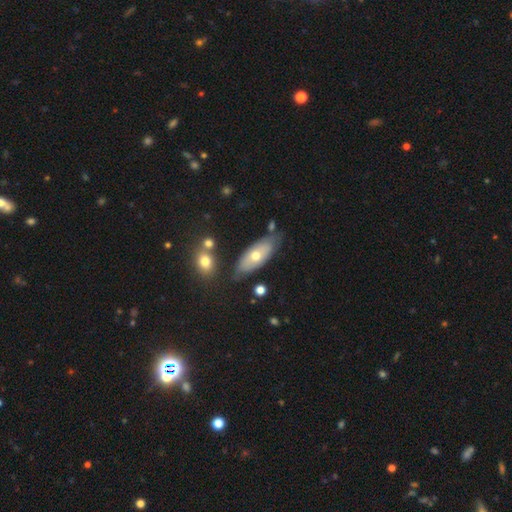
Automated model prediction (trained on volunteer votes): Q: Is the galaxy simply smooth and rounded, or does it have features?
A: smooth — 55%.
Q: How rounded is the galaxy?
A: in between — 78%.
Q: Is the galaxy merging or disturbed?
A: none — 71%.